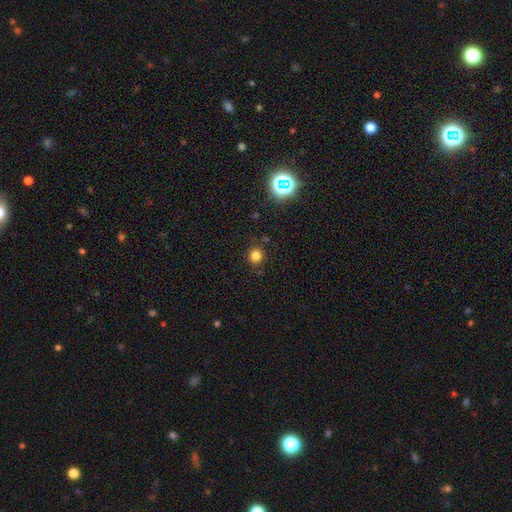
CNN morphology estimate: A smooth galaxy with no disk features (79%) that is round (90%). Merging: none (86%).